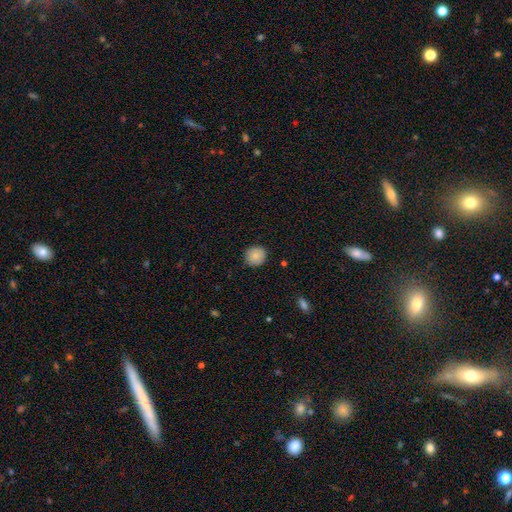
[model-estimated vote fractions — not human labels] Smooth or featured? smooth (86%)
How rounded? round (87%)
Merging? none (88%)